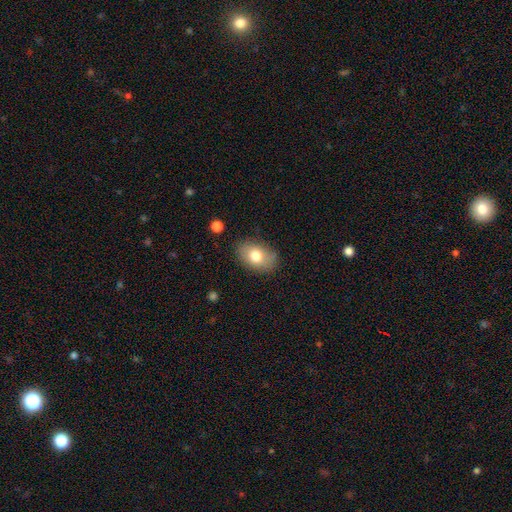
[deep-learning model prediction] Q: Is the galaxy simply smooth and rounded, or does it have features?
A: smooth — 76%.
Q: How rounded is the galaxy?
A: in between — 83%.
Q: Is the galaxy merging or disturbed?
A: none — 82%.